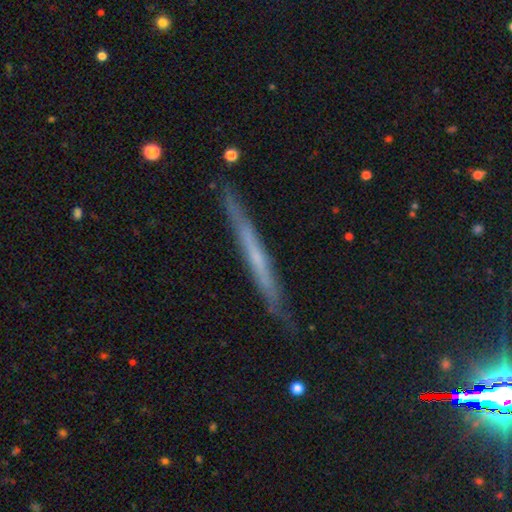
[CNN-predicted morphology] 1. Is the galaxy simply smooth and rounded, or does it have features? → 56% featured or disk, 38% smooth, 6% star or artifact.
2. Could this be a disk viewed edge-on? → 96% yes, 4% no.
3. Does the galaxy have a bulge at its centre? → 83% none, 12% rounded, 5% boxy.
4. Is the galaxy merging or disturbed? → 85% none, 11% minor disturbance, 2% major disturbance, 1% merger.